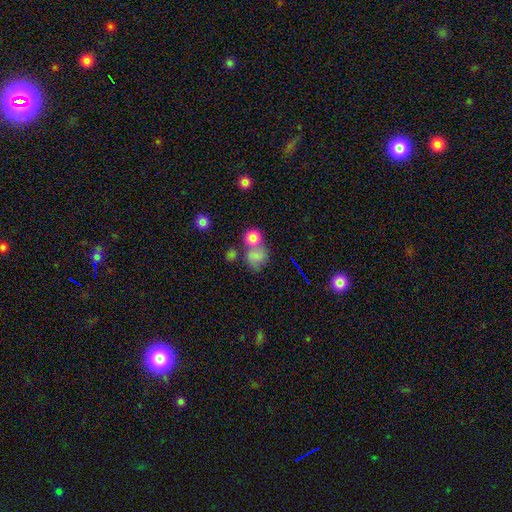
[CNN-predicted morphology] Smooth or featured? Predicted: smooth (p=0.73). How rounded? Predicted: round (p=0.68). Merging? Predicted: none (p=0.45).